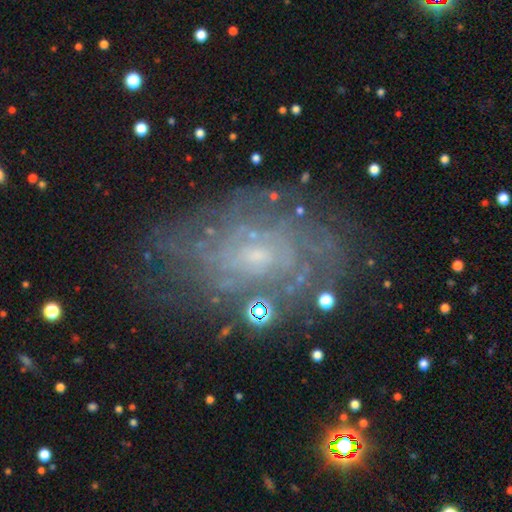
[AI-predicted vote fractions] Smooth or featured? Predicted: featured or disk (p=0.76). Edge-on disk? Predicted: no (p=0.96). Bar? Predicted: no (p=0.64). Spiral arms? Predicted: yes (p=0.87). Spiral winding? Predicted: tight (p=0.66). Spiral arm count? Predicted: can't tell (p=0.57). Bulge size? Predicted: small (p=0.74). Merging? Predicted: none (p=0.73).